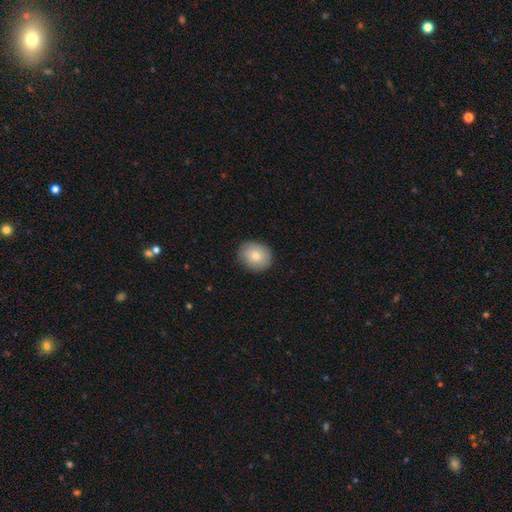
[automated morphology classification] A smooth galaxy with no disk features (79%) that is round (69%). Merging: none (87%).